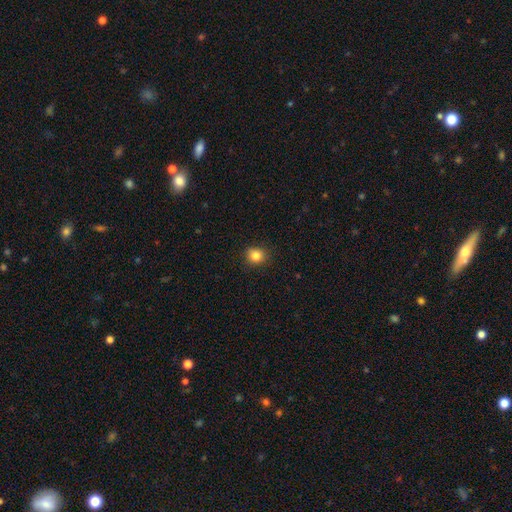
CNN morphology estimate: smooth_or_featured: smooth (p=0.84) [alt: star or artifact p=0.11]
how_rounded: round (p=0.80) [alt: in between p=0.19]
merging: none (p=0.89) [alt: minor disturbance p=0.08]